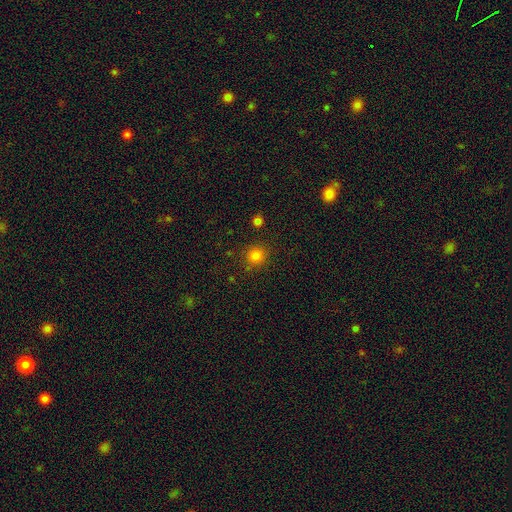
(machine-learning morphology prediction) smooth 82%, star or artifact 14%, featured or disk 4%. Down the decision tree: how rounded — round (91%); merging — none (87%).